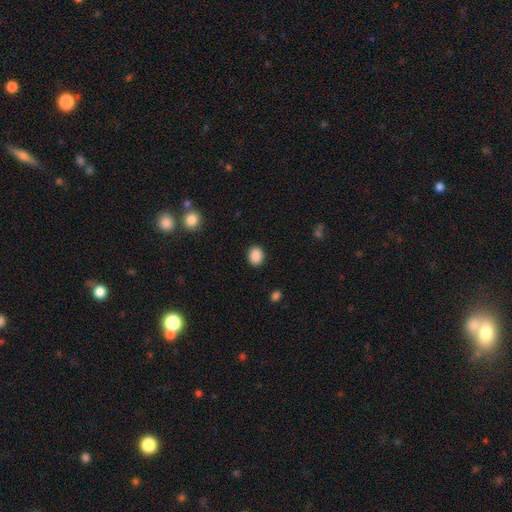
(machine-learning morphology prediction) Overall: smooth (89%). How rounded: in between (54%; round 45%). Merging: none (89%).